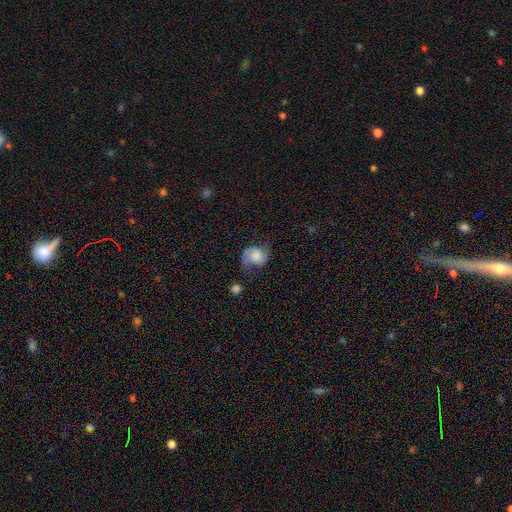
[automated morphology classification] type=featured or disk (51%); edge-on=no (97%); merging=none (53%).